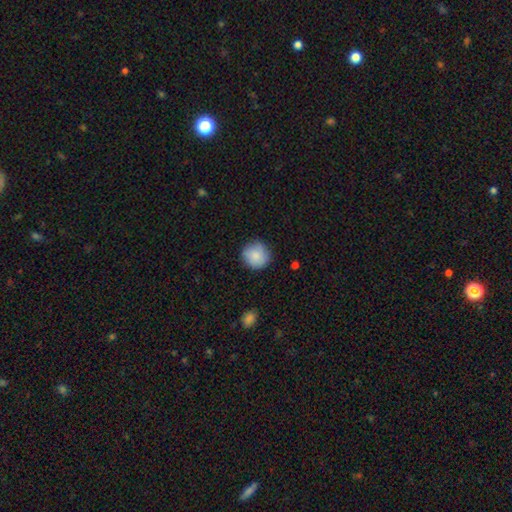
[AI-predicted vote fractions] This is clearly a smooth galaxy (86%). How rounded: clearly round (93%). Merging: clearly none (84%).